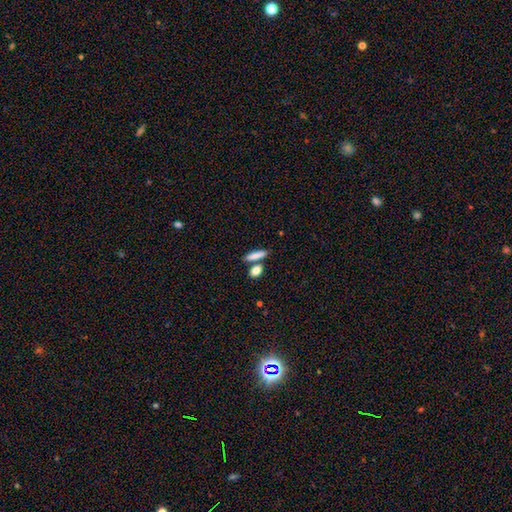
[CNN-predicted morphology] Q: Smooth or featured?
A: smooth (84%); runner-up: featured or disk (10%)
Q: How rounded?
A: cigar-shaped (50%); runner-up: in between (40%)
Q: Merging?
A: none (65%); runner-up: merger (21%)